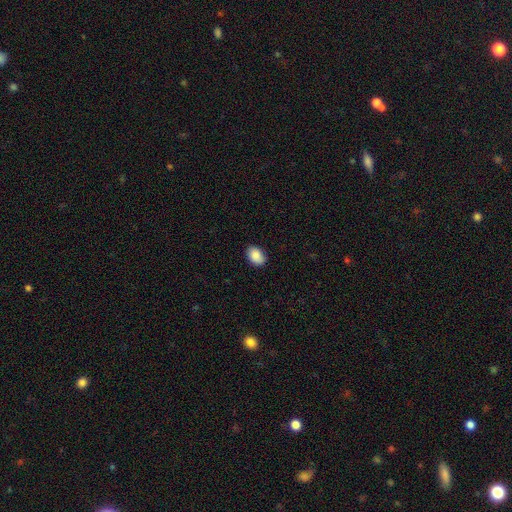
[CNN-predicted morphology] The model was most divided on "how rounded": in between: 81%, round: 18%, cigar-shaped: 1%. More confident: smooth or featured — smooth (88%); merging — none (85%).